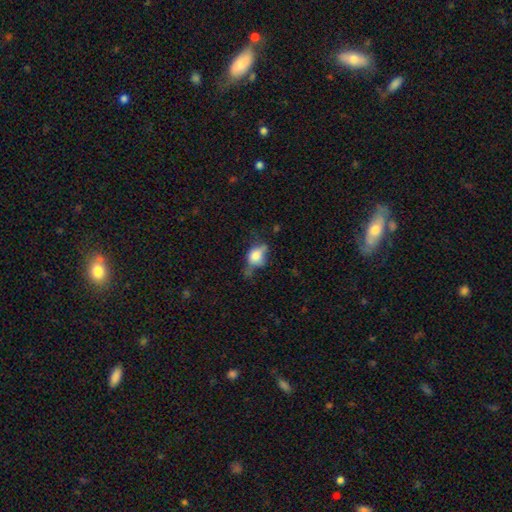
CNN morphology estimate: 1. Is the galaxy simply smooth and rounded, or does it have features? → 62% smooth, 28% featured or disk, 10% star or artifact.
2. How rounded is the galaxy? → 64% in between, 32% round, 4% cigar-shaped.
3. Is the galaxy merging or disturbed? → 40% none, 32% minor disturbance, 21% major disturbance, 7% merger.